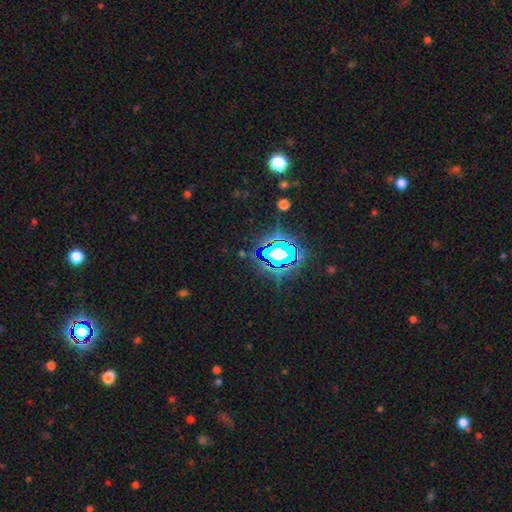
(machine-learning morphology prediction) type=star or artifact (80%).